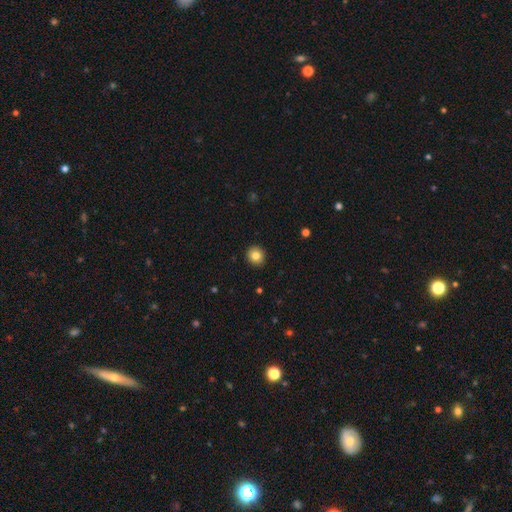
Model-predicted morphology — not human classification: type=smooth (83%); roundness=round (90%); merging=none (93%).